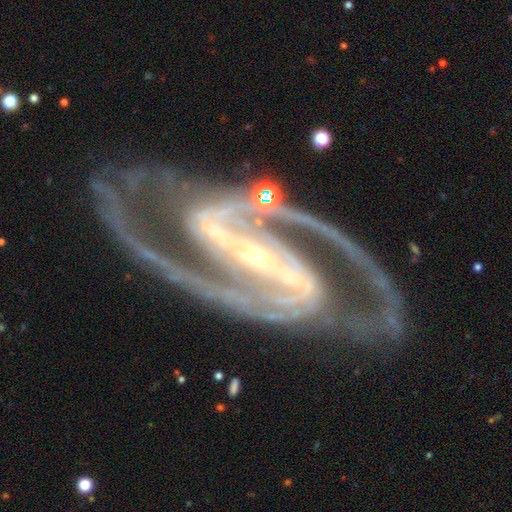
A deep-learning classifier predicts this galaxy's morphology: Smooth or featured: featured or disk — 93% (star or artifact — 4%)
Edge-on disk: no — 97% (yes — 3%)
Bar: strong — 81% (weak — 13%)
Spiral arms: yes — 98% (no — 2%)
Spiral winding: medium — 56% (tight — 33%)
Spiral arm count: 2 — 92% (3 — 3%)
Bulge size: small — 83% (moderate — 13%)
Merging: none — 72% (minor disturbance — 14%)